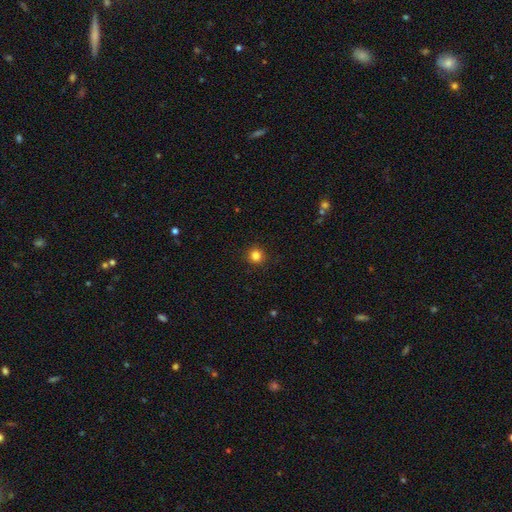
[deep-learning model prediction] A smooth galaxy with no disk features (83%) that is round (94%). Merging: none (92%).